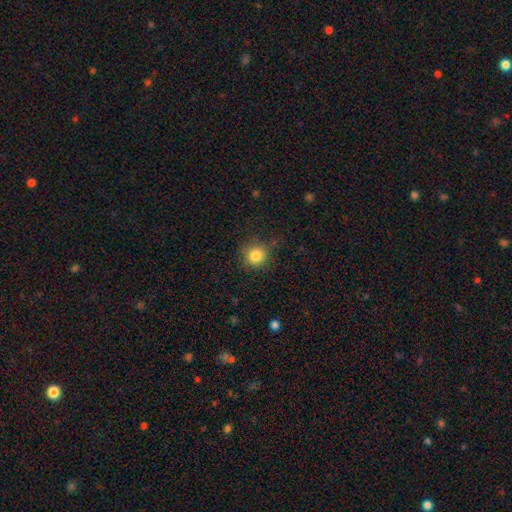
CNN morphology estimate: Smooth or featured? Predicted: smooth (p=0.83). How rounded? Predicted: round (p=0.92). Merging? Predicted: none (p=0.81).